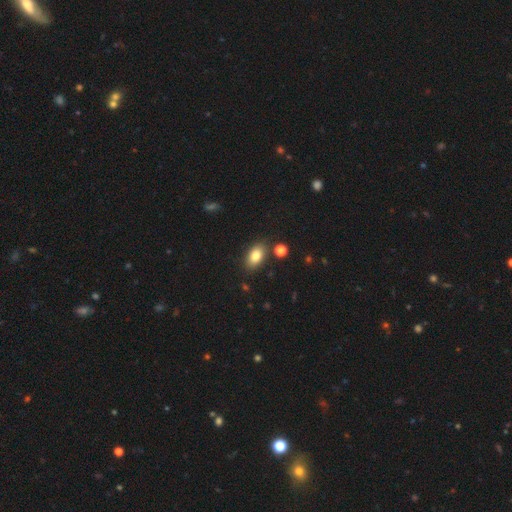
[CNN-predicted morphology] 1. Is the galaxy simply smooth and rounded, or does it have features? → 82% smooth, 9% featured or disk, 8% star or artifact.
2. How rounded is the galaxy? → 90% in between, 8% round, 2% cigar-shaped.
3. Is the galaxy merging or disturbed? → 82% none, 10% minor disturbance, 5% merger, 3% major disturbance.